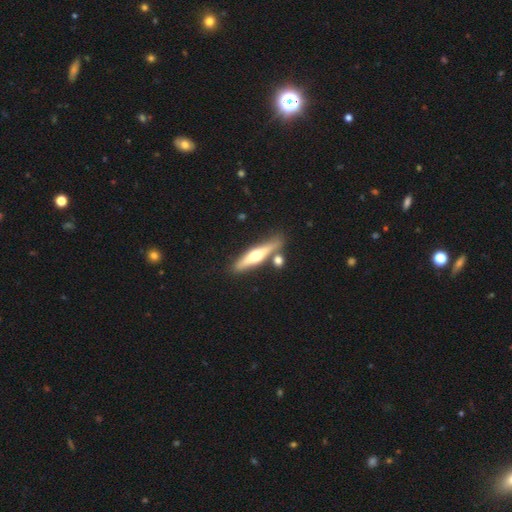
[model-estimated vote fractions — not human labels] Smooth or featured?
  - featured or disk: 57% *
  - smooth: 37%
  - star or artifact: 6%
Edge-on disk?
  - yes: 93% *
  - no: 7%
Edge-on bulge?
  - rounded: 93% *
  - none: 4%
  - boxy: 3%
Merging?
  - none: 75% *
  - merger: 12%
  - minor disturbance: 11%
  - major disturbance: 3%